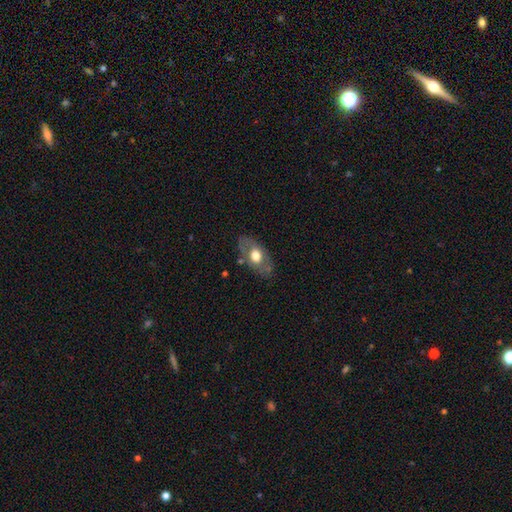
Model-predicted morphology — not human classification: Smooth or featured?
  - smooth: 52% *
  - featured or disk: 42%
  - star or artifact: 6%
How rounded?
  - in between: 87% *
  - round: 10%
  - cigar-shaped: 3%
Merging?
  - none: 71% *
  - minor disturbance: 19%
  - major disturbance: 6%
  - merger: 3%